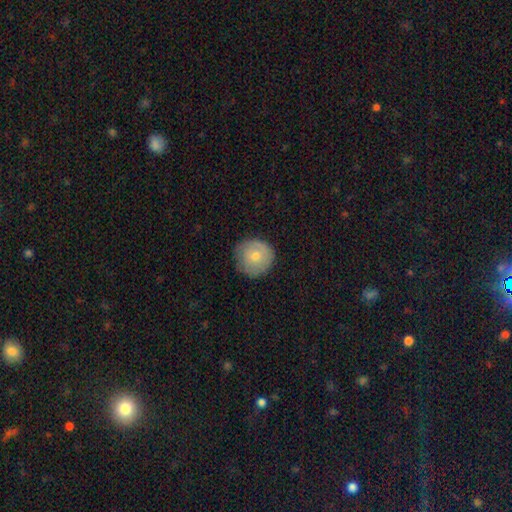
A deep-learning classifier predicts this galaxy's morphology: Smooth or featured?
  - smooth: 67% *
  - featured or disk: 25%
  - star or artifact: 7%
How rounded?
  - round: 92% *
  - in between: 7%
  - cigar-shaped: 1%
Merging?
  - none: 79% *
  - minor disturbance: 16%
  - major disturbance: 4%
  - merger: 1%